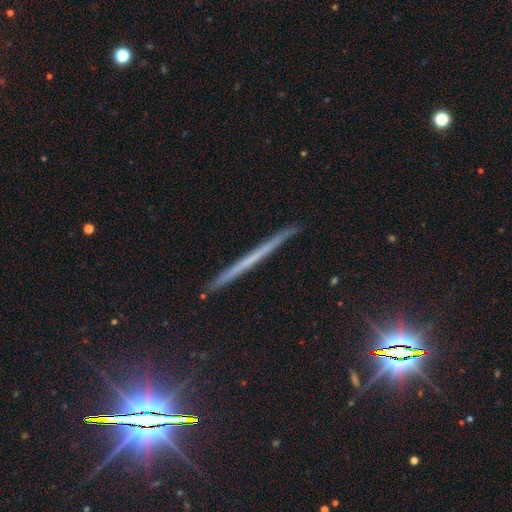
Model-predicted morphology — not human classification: Smooth or featured? Predicted: featured or disk (p=0.53). Edge-on disk? Predicted: yes (p=0.97). Edge-on bulge? Predicted: none (p=0.89). Merging? Predicted: none (p=0.90).